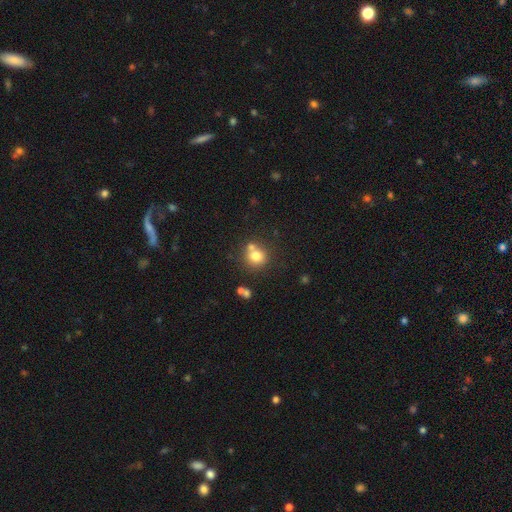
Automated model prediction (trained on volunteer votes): Smooth or featured? Predicted: smooth (p=0.76). How rounded? Predicted: round (p=0.88). Merging? Predicted: none (p=0.59).